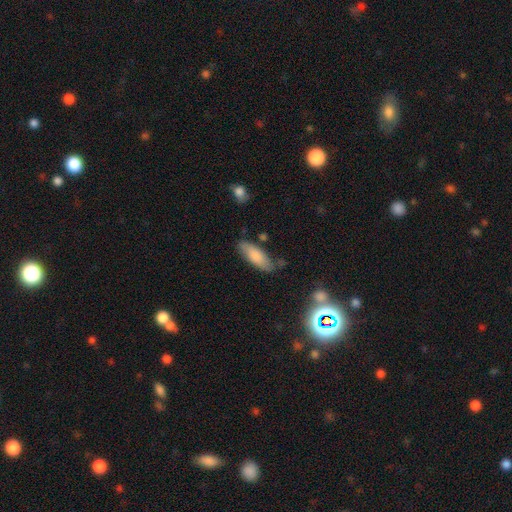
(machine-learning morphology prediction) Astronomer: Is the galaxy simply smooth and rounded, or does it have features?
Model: smooth — 81%.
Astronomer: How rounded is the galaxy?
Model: in between — 65%.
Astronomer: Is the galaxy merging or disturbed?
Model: none — 75%.